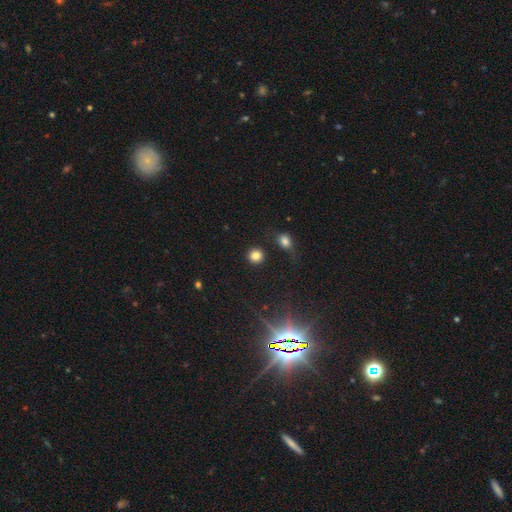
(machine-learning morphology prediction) A smooth galaxy with no disk features (81%) that is round (91%).

Vote fractions:
- Smooth or featured? smooth: 81% / star or artifact: 13% / featured or disk: 6%
- How rounded? round: 91% / in between: 8% / cigar-shaped: 1%
- Merging? none: 86% / minor disturbance: 7% / merger: 4% / major disturbance: 3%